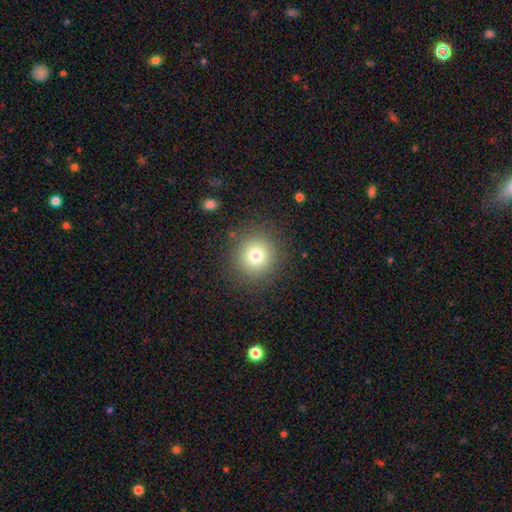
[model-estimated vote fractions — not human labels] Overall: smooth (77%). How rounded: round (93%). Merging: none (88%).